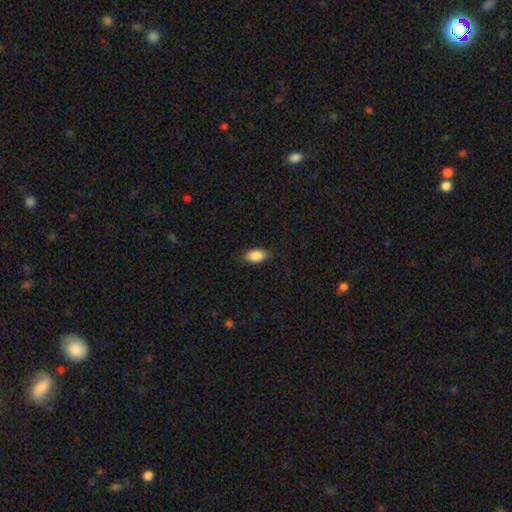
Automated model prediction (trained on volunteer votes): Smooth or featured: smooth — 88% (star or artifact — 7%)
How rounded: in between — 89% (round — 8%)
Merging: none — 80% (minor disturbance — 16%)